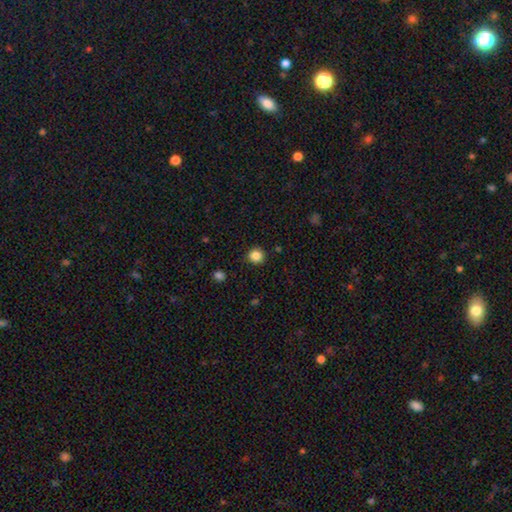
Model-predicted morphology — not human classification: Q: Smooth or featured?
A: smooth (85%); runner-up: star or artifact (11%)
Q: How rounded?
A: round (93%); runner-up: in between (6%)
Q: Merging?
A: none (90%); runner-up: minor disturbance (7%)